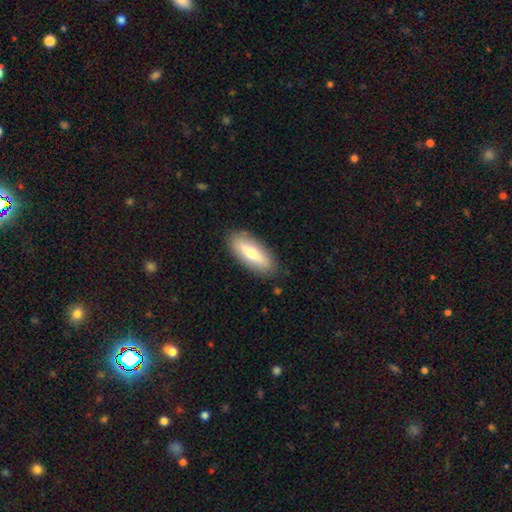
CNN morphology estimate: The model was most divided on "smooth or featured": smooth: 64%, featured or disk: 30%, star or artifact: 6%. More confident: merging — none (88%); how rounded — in between (68%).